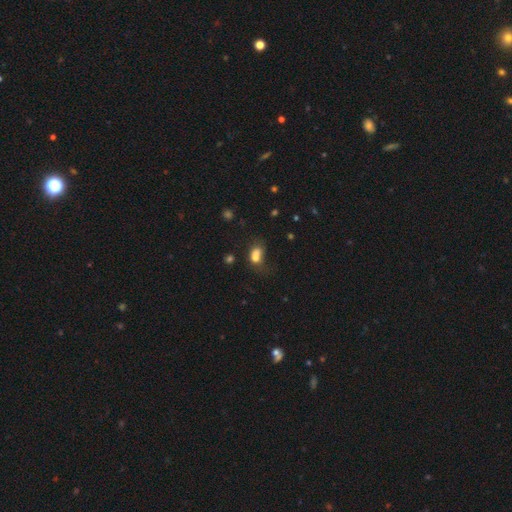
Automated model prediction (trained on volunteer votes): smooth 75%, star or artifact 13%, featured or disk 12%. Down the decision tree: how rounded — in between (75%); merging — merger (35%).